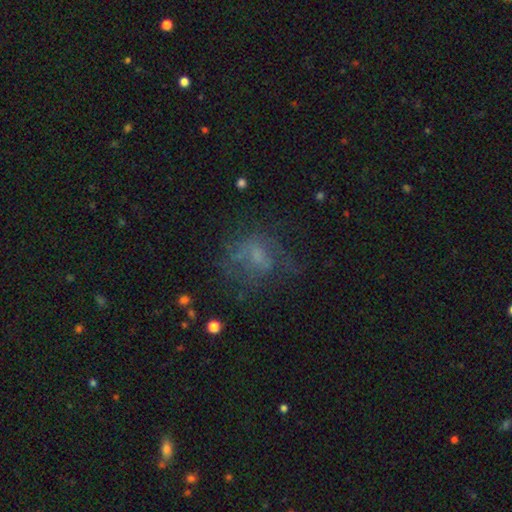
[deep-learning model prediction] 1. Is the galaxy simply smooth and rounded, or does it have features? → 40% featured or disk, 39% smooth, 21% star or artifact.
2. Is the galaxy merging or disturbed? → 47% none, 30% major disturbance, 20% minor disturbance, 3% merger.